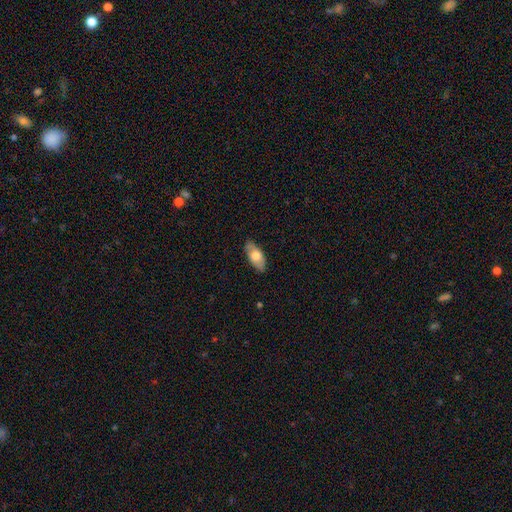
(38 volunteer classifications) Smooth or featured: smooth — 71% (featured or disk — 24%)
How rounded: in between — 96% (round — 4%)
Merging: none — 78% (minor disturbance — 17%)